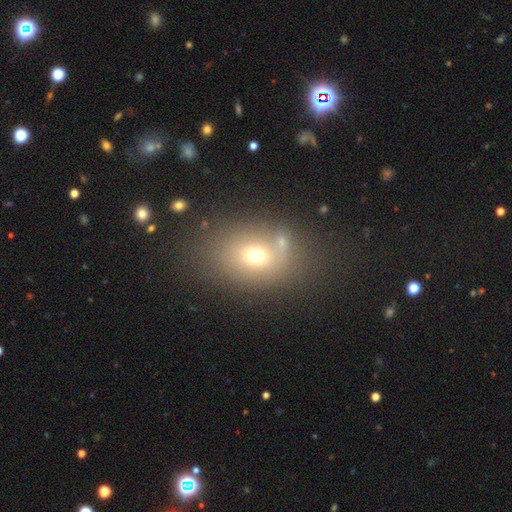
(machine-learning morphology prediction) smooth 64%, featured or disk 18%, star or artifact 18%. Down the decision tree: how rounded — in between (63%); merging — none (62%).